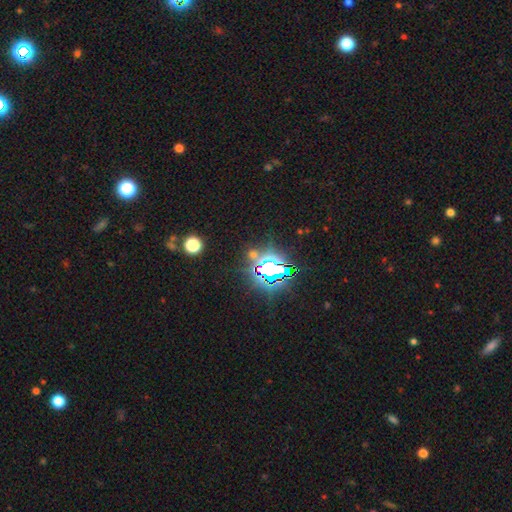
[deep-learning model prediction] Smooth or featured? Predicted: star or artifact (p=0.79).